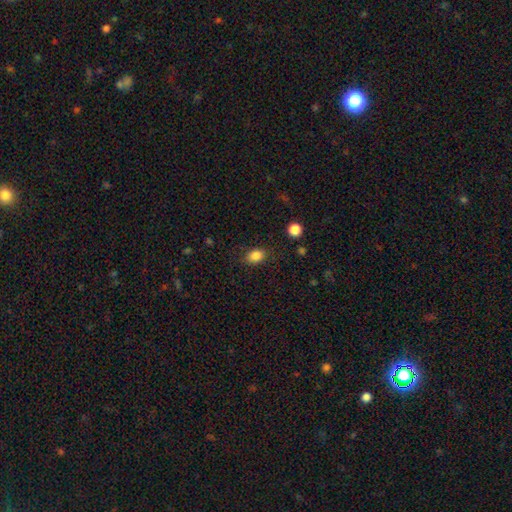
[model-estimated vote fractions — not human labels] This appears to be a smooth galaxy with no disk features (85%) that is in between round and cigar-shaped (71%). Merging: none (83%).